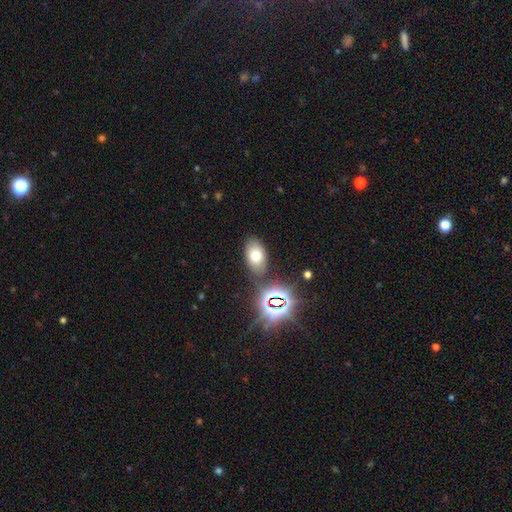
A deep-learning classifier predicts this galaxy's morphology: Smooth or featured? smooth (69%)
How rounded? in between (90%)
Merging? none (79%)